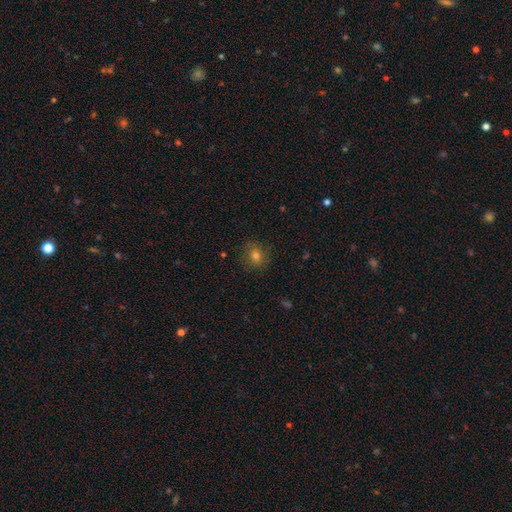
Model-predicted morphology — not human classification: A smooth galaxy with no disk features (70%) that is round (75%). Merging: none (83%).